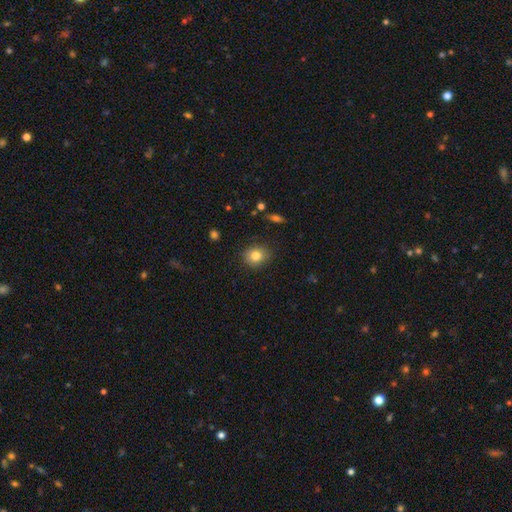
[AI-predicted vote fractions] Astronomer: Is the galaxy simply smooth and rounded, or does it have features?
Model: smooth — 82%.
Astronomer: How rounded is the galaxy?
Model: round — 70%.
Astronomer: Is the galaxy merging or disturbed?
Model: none — 86%.